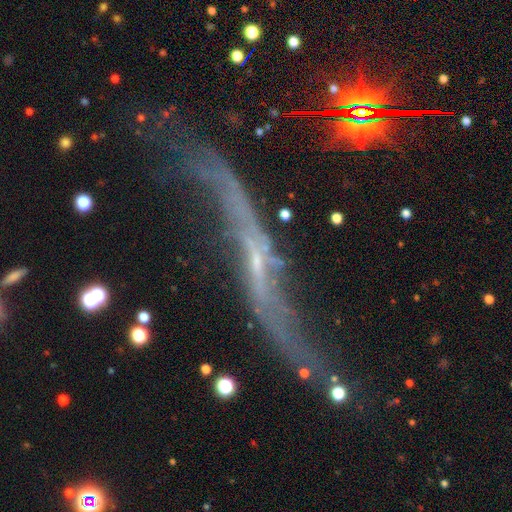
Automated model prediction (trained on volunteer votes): A featured or disk galaxy (77%).

Vote fractions:
- Smooth or featured? featured or disk: 77% / star or artifact: 13% / smooth: 10%
- Edge-on disk? no: 60% / yes: 40%
- Merging? none: 48% / minor disturbance: 21% / major disturbance: 21% / merger: 10%